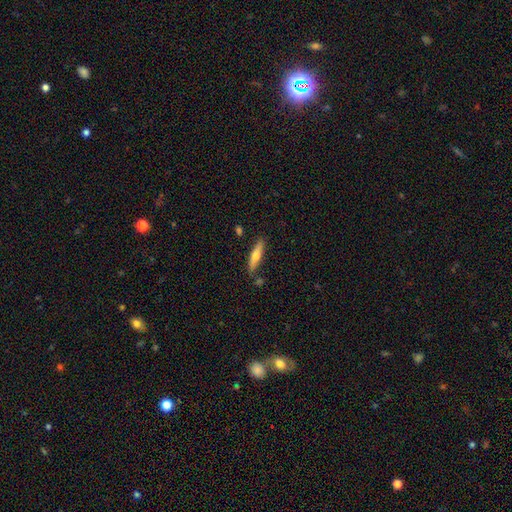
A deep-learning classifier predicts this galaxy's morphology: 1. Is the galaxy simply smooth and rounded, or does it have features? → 50% smooth, 44% featured or disk, 6% star or artifact.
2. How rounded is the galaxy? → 81% cigar-shaped, 17% in between, 2% round.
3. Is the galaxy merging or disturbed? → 82% none, 11% minor disturbance, 4% merger, 2% major disturbance.